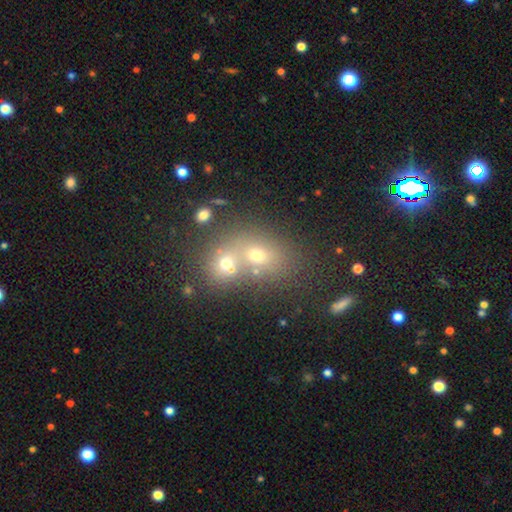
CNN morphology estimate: Smooth or featured?
  - smooth: 56% *
  - star or artifact: 23%
  - featured or disk: 21%
How rounded?
  - in between: 52% *
  - round: 46%
  - cigar-shaped: 2%
Merging?
  - merger: 47% *
  - none: 40%
  - minor disturbance: 9%
  - major disturbance: 5%